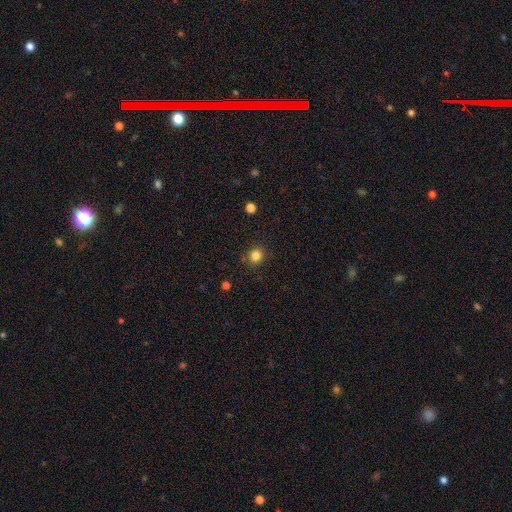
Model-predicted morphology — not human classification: Smooth or featured?
  - smooth: 84% *
  - star or artifact: 12%
  - featured or disk: 4%
How rounded?
  - round: 87% *
  - in between: 12%
  - cigar-shaped: 1%
Merging?
  - none: 87% *
  - minor disturbance: 8%
  - major disturbance: 3%
  - merger: 2%